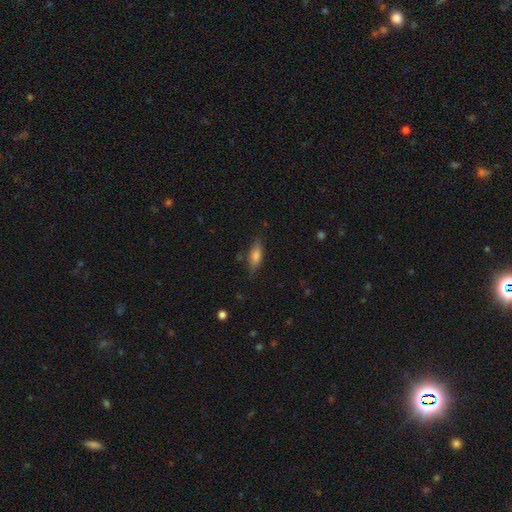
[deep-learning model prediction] The model was most divided on "how rounded": in between: 58%, cigar-shaped: 40%, round: 3%. More confident: merging — none (78%); smooth or featured — smooth (73%).